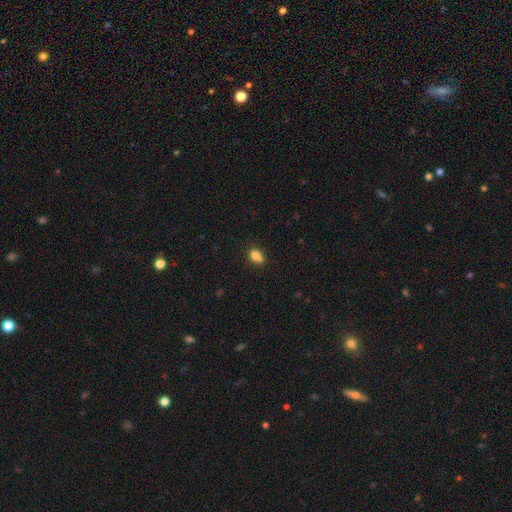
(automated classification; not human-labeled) Morphology: type=smooth (79%); roundness=in between (59%); merging=none (51%).